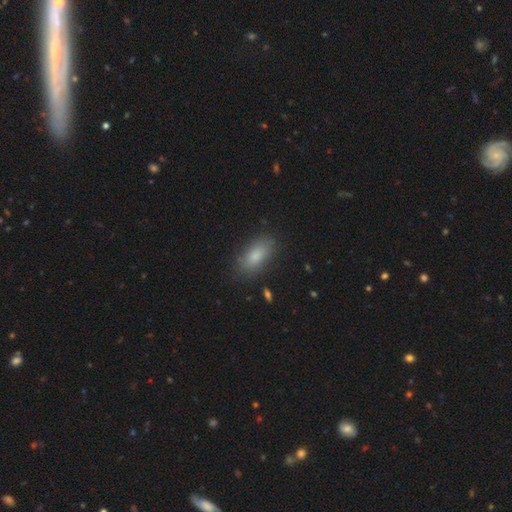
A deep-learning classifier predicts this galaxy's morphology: A smooth galaxy with no disk features (82%) that is in between round and cigar-shaped (88%).

Vote fractions:
- Smooth or featured? smooth: 82% / featured or disk: 10% / star or artifact: 8%
- How rounded? in between: 88% / cigar-shaped: 8% / round: 4%
- Merging? none: 82% / minor disturbance: 13% / major disturbance: 4% / merger: 2%